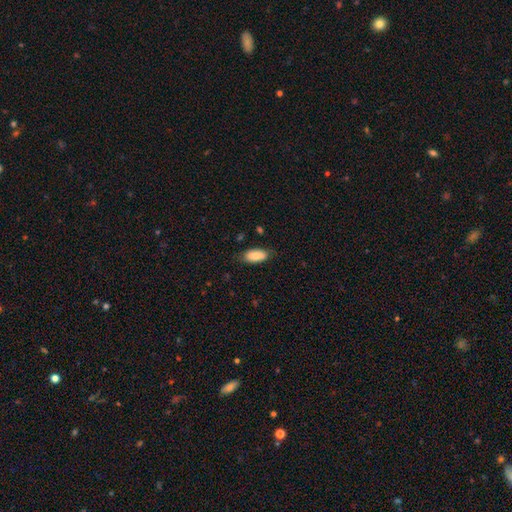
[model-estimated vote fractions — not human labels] Smooth or featured? Predicted: smooth (p=0.83). How rounded? Predicted: in between (p=0.89). Merging? Predicted: none (p=0.76).